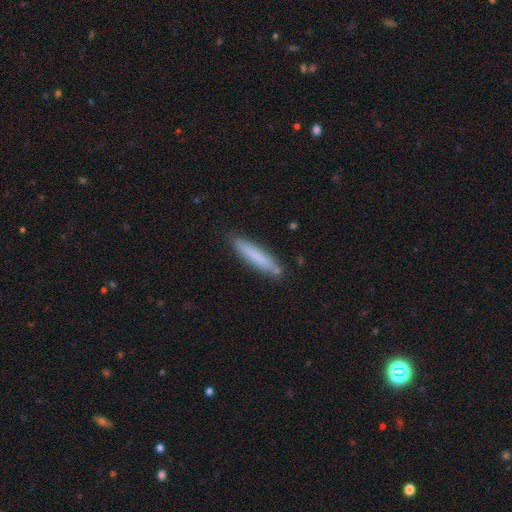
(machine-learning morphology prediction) This is likely a smooth galaxy (77%). How rounded: clearly cigar-shaped (91%). Merging: clearly none (86%).